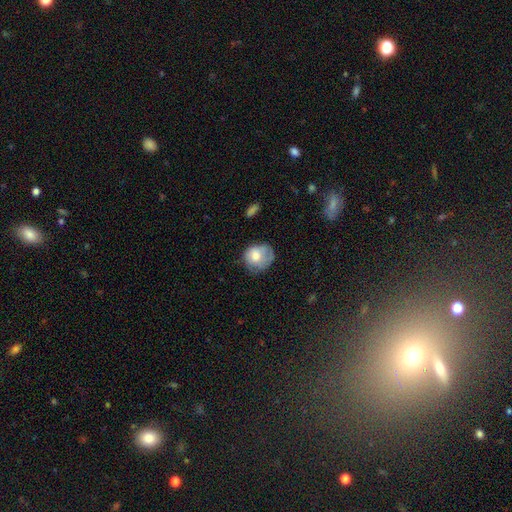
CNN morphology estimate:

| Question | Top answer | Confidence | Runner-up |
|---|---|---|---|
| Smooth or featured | smooth | 68% | featured or disk (24%) |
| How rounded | round | 70% | in between (29%) |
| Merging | none | 47% | minor disturbance (34%) |